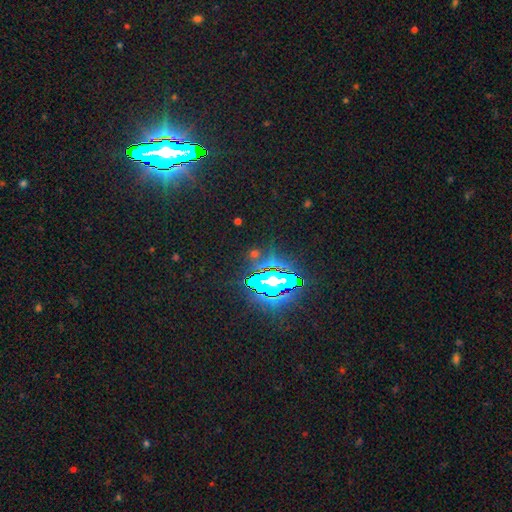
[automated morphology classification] This is likely a star or artifact rather than a galaxy (75%).